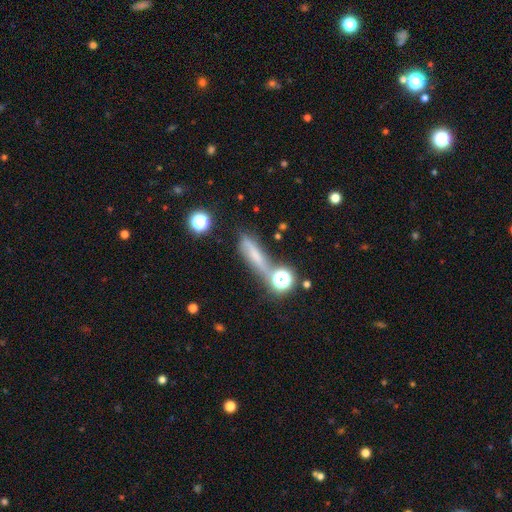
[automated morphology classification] This is possibly a smooth galaxy (45%). Merging: possibly none (50%).